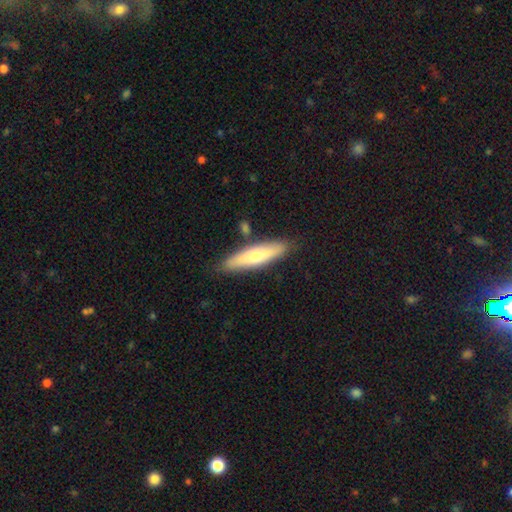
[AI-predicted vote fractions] The model was most divided on "smooth or featured": smooth: 57%, featured or disk: 37%, star or artifact: 6%. More confident: merging — none (82%); how rounded — cigar-shaped (74%).